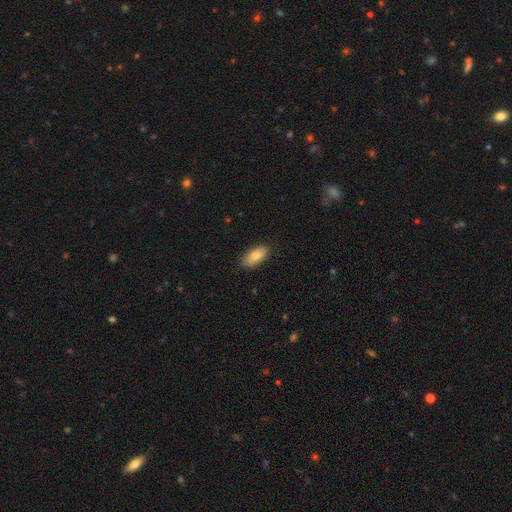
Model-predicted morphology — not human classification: The model was most divided on "smooth or featured": smooth: 81%, featured or disk: 12%, star or artifact: 7%. More confident: how rounded — in between (90%); merging — none (85%).